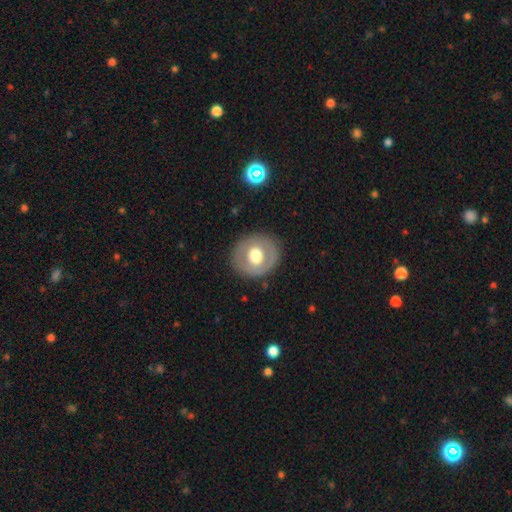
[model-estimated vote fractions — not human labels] A smooth galaxy with no disk features (52%) that is round (86%).

Vote fractions:
- Smooth or featured? smooth: 52% / featured or disk: 42% / star or artifact: 7%
- How rounded? round: 86% / in between: 13% / cigar-shaped: 1%
- Merging? none: 85% / minor disturbance: 10% / major disturbance: 4% / merger: 1%